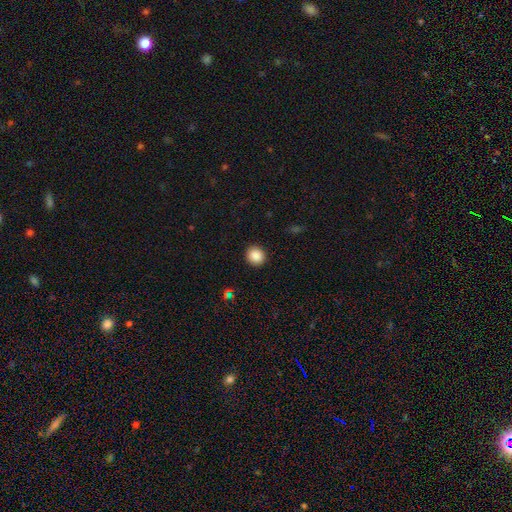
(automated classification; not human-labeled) Overall: smooth (88%). How rounded: round (87%). Merging: none (91%).